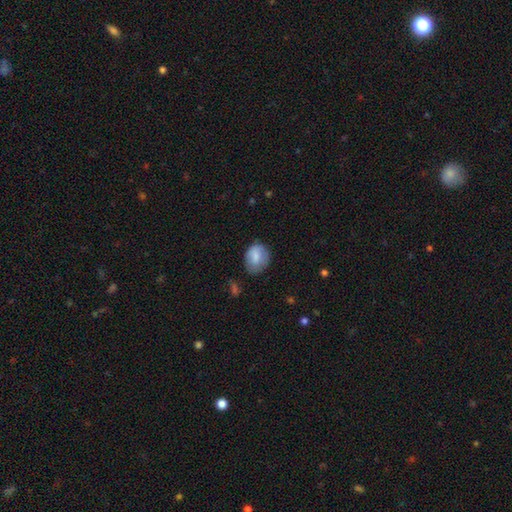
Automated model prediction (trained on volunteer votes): Smooth or featured? Predicted: smooth (p=0.78). How rounded? Predicted: in between (p=0.58). Merging? Predicted: none (p=0.65).